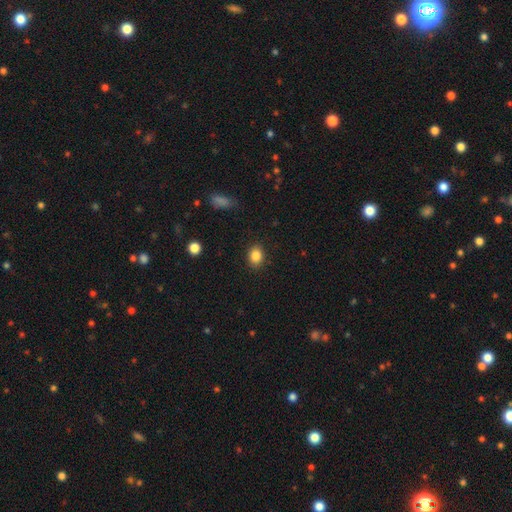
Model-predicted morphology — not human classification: Overall: smooth (86%). How rounded: in between (55%; round 44%). Merging: none (88%).